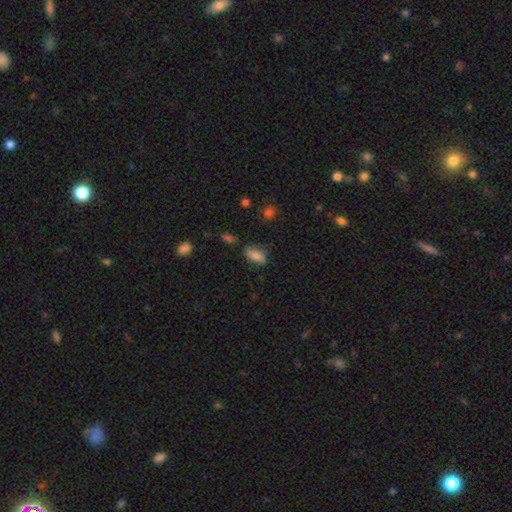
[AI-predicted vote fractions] smooth 76%, featured or disk 15%, star or artifact 9%. Down the decision tree: how rounded — in between (86%); merging — none (69%).